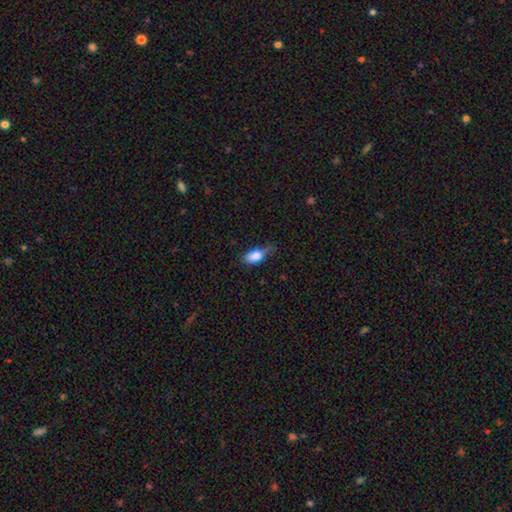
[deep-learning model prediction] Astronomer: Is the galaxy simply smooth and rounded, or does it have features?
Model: smooth — 78%.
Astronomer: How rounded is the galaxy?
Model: in between — 83%.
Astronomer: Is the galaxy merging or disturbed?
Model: minor disturbance — 42% (runner-up: none, 38%).